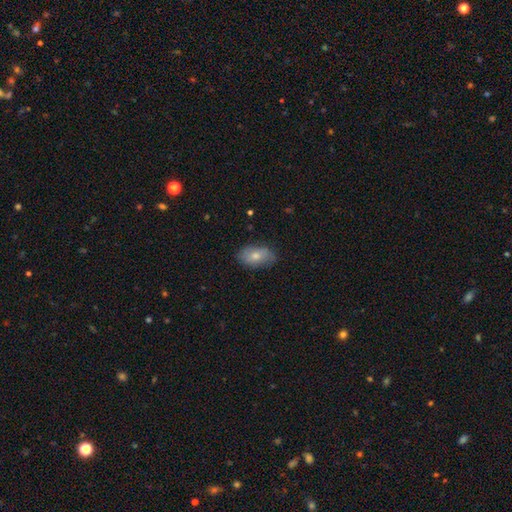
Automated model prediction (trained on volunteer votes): This is likely a smooth galaxy (71%). How rounded: clearly in between (91%). Merging: likely none (76%).